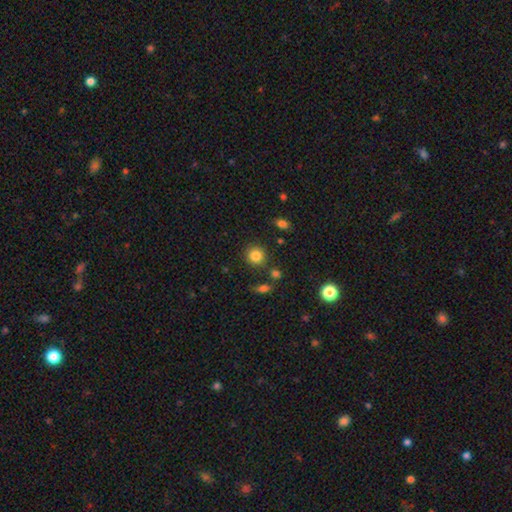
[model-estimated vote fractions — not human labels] smooth_or_featured: smooth (p=0.84) [alt: star or artifact p=0.11]
how_rounded: round (p=0.90) [alt: in between p=0.09]
merging: none (p=0.83) [alt: minor disturbance p=0.09]